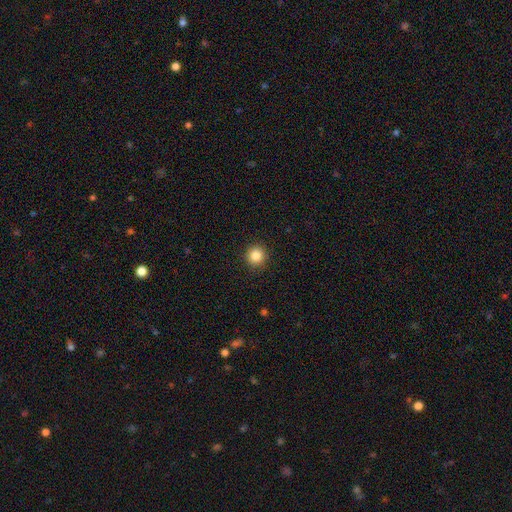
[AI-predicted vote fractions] Smooth or featured? smooth (85%)
How rounded? round (94%)
Merging? none (92%)